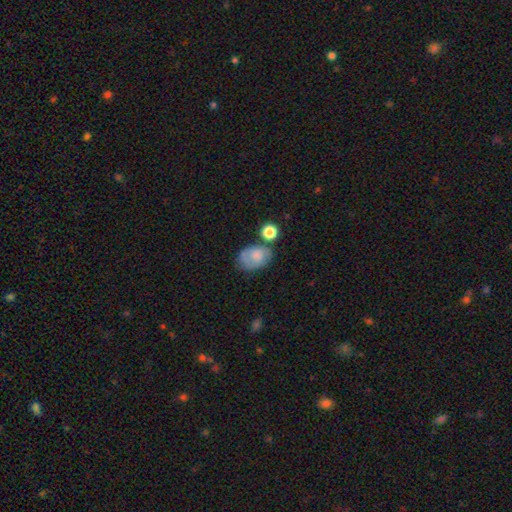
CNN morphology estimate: A smooth galaxy with no disk features (66%) that is in between round and cigar-shaped (75%). Merging: none (47%).